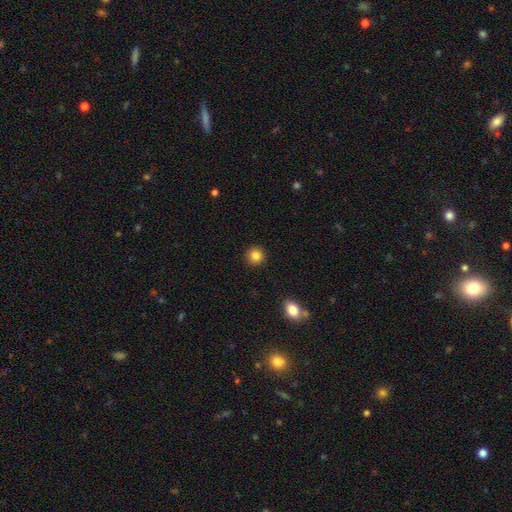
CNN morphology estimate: Q: Smooth or featured?
A: smooth (84%); runner-up: star or artifact (11%)
Q: How rounded?
A: round (93%); runner-up: in between (6%)
Q: Merging?
A: none (92%); runner-up: minor disturbance (5%)